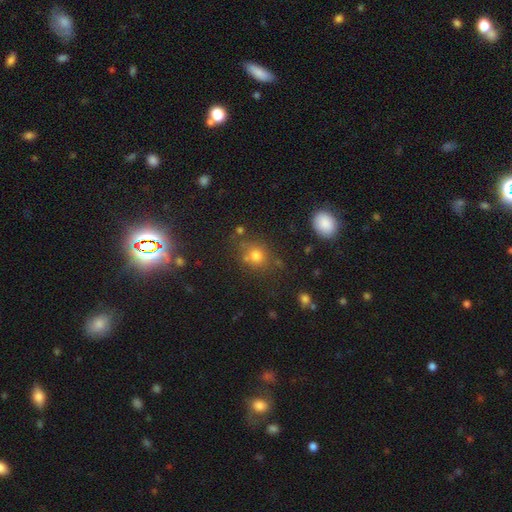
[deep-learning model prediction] The model was most divided on "how rounded": round: 71%, in between: 28%, cigar-shaped: 1%. More confident: smooth or featured — smooth (73%); merging — none (67%).